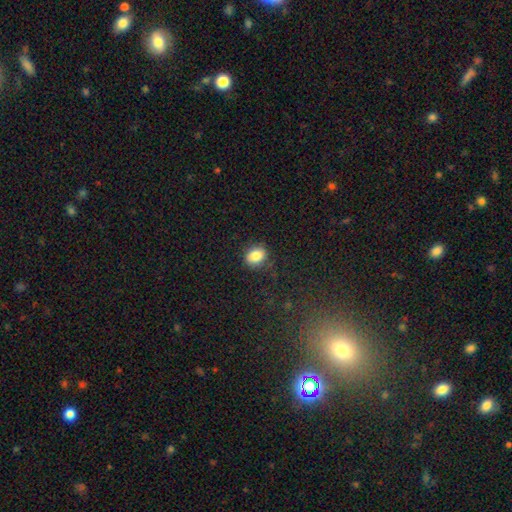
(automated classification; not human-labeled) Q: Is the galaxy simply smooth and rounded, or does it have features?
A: smooth — 84%.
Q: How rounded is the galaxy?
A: in between — 51%.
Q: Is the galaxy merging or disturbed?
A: none — 83%.